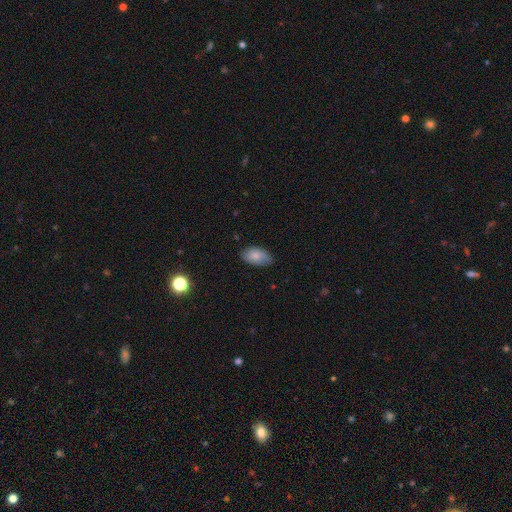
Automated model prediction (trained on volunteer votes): Smooth or featured? smooth (79%)
How rounded? in between (93%)
Merging? none (74%)